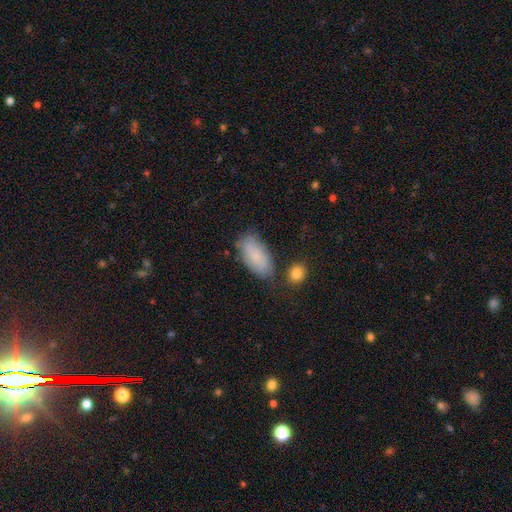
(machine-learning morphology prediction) A smooth galaxy with no disk features (78%) that is in between round and cigar-shaped (93%). Merging: none (70%).